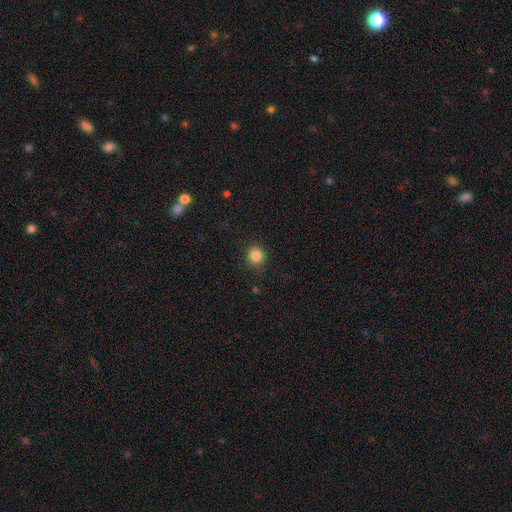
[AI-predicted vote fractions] A smooth galaxy with no disk features (85%) that is round (87%).

Vote fractions:
- Smooth or featured? smooth: 85% / star or artifact: 11% / featured or disk: 4%
- How rounded? round: 87% / in between: 12% / cigar-shaped: 1%
- Merging? none: 87% / minor disturbance: 9% / major disturbance: 3% / merger: 1%